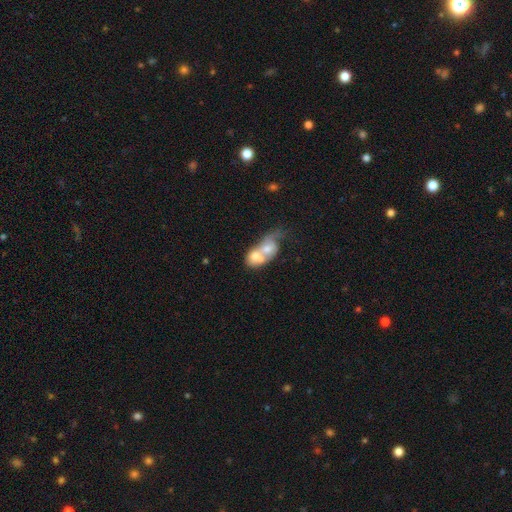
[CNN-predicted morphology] type=smooth (51%); roundness=in between (66%); merging=merger (78%).